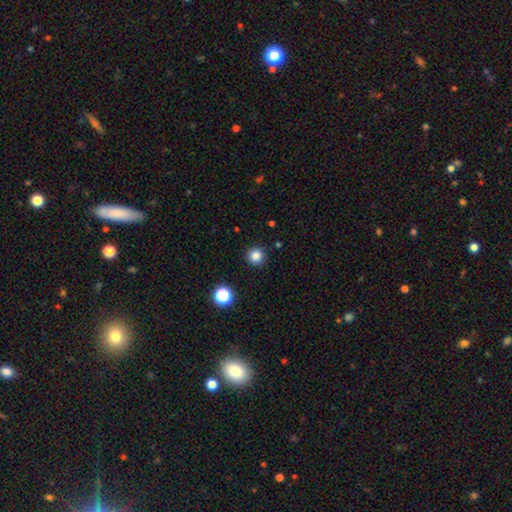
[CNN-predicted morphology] A smooth galaxy with no disk features (83%) that is round (95%).

Vote fractions:
- Smooth or featured? smooth: 83% / star or artifact: 13% / featured or disk: 4%
- How rounded? round: 95% / in between: 4% / cigar-shaped: 1%
- Merging? none: 91% / minor disturbance: 5% / major disturbance: 2% / merger: 1%